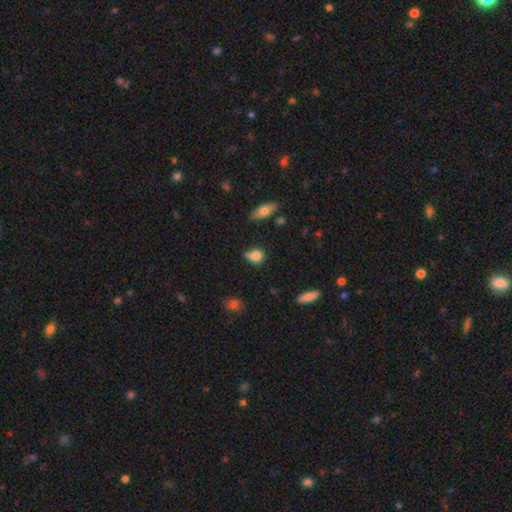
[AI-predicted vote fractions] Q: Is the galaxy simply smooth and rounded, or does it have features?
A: smooth — 81%.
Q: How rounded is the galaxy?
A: in between — 53%.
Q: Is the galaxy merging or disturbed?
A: none — 47%.